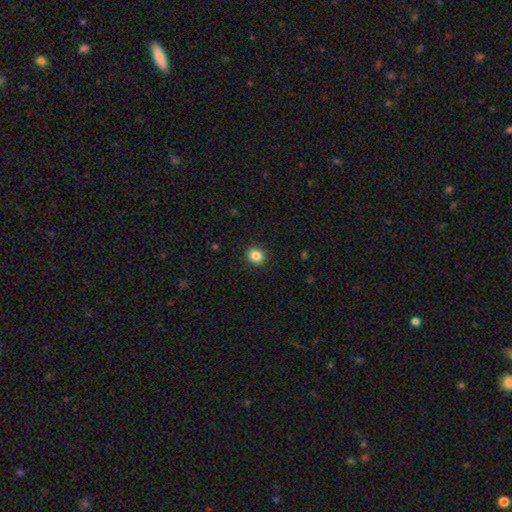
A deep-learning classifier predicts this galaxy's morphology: The model was most divided on "how rounded": round: 82%, in between: 17%, cigar-shaped: 1%. More confident: merging — none (91%); smooth or featured — smooth (85%).